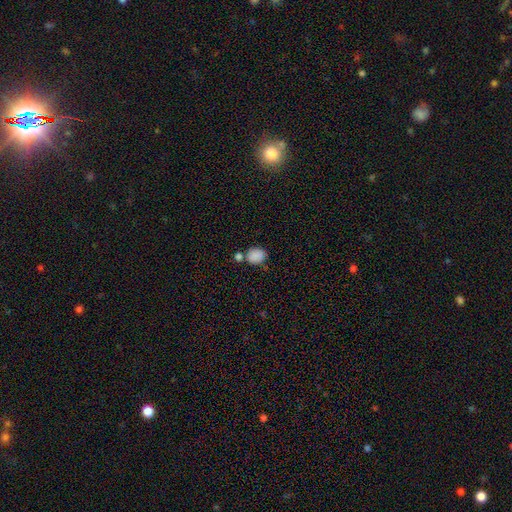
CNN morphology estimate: A smooth galaxy with no disk features (86%) that is round (60%). Merging: none (61%).